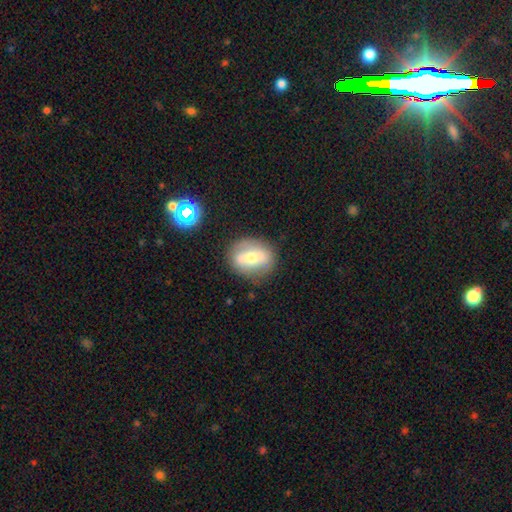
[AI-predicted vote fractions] smooth_or_featured: smooth (p=0.47) [alt: featured or disk p=0.45]
merging: none (p=0.76) [alt: minor disturbance p=0.16]